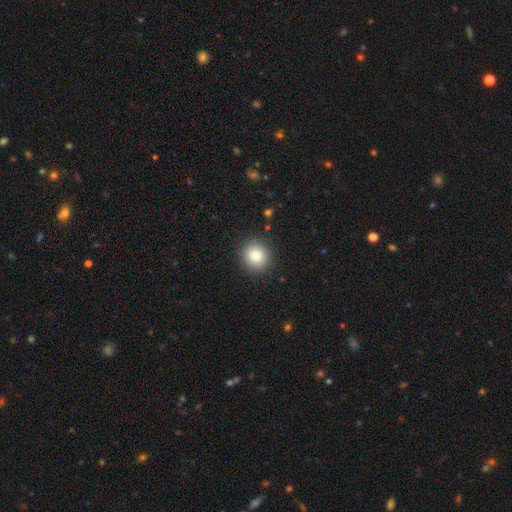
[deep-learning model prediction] A smooth galaxy with no disk features (85%) that is round (90%). Merging: none (90%).